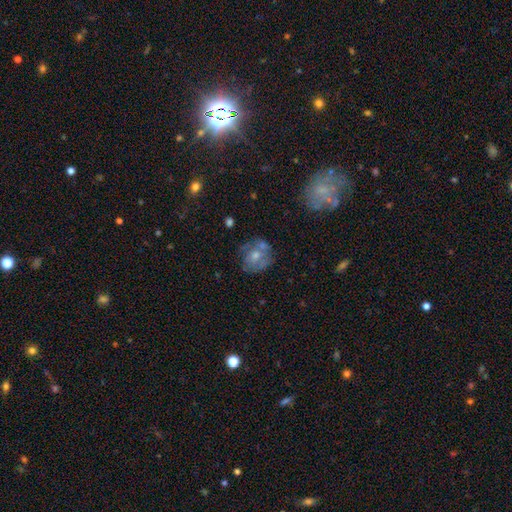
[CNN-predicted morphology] The model was most divided on "smooth or featured": featured or disk: 46%, smooth: 40%, star or artifact: 14%. More confident: merging — none (62%).